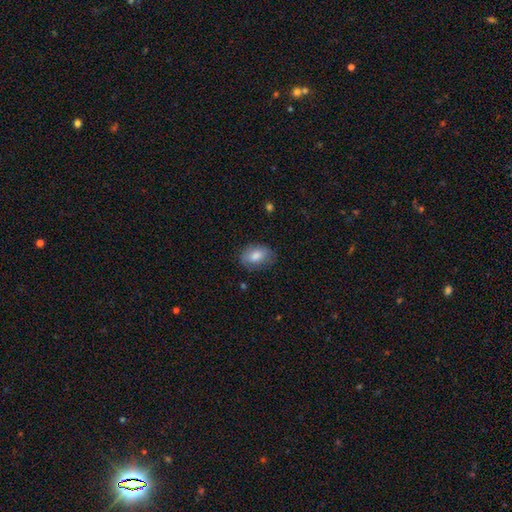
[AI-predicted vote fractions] This appears to be a smooth galaxy with no disk features (77%) that is in between round and cigar-shaped (84%). Merging: none (74%).